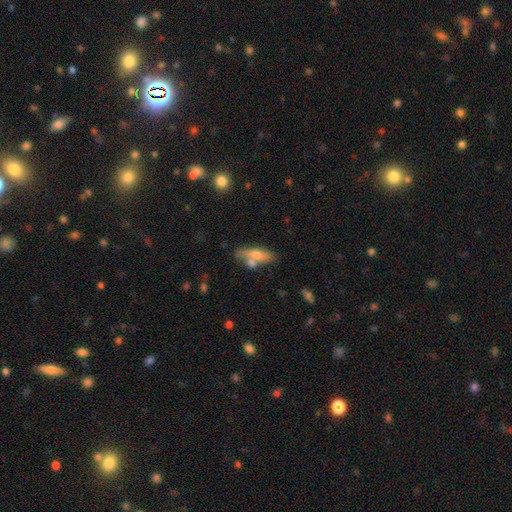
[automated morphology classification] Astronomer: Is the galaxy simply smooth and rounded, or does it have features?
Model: smooth — 61%.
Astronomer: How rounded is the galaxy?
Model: in between — 56% (runner-up: cigar-shaped, 41%).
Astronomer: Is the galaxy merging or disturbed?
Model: none — 54%.